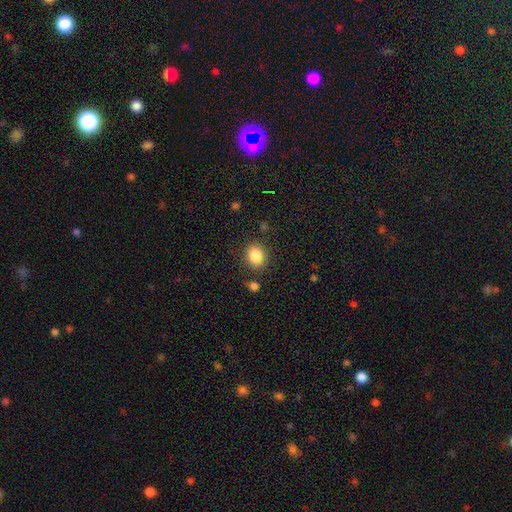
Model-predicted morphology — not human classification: Q: Smooth or featured?
A: smooth (85%); runner-up: star or artifact (9%)
Q: How rounded?
A: round (60%); runner-up: in between (40%)
Q: Merging?
A: none (83%); runner-up: minor disturbance (10%)